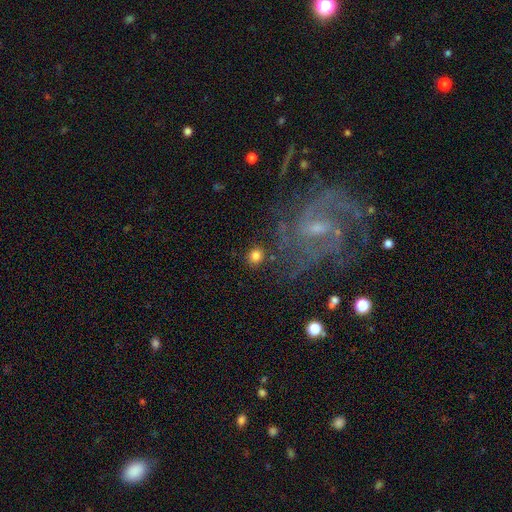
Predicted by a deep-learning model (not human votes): Smooth or featured? smooth (81%)
How rounded? round (88%)
Merging? none (83%)